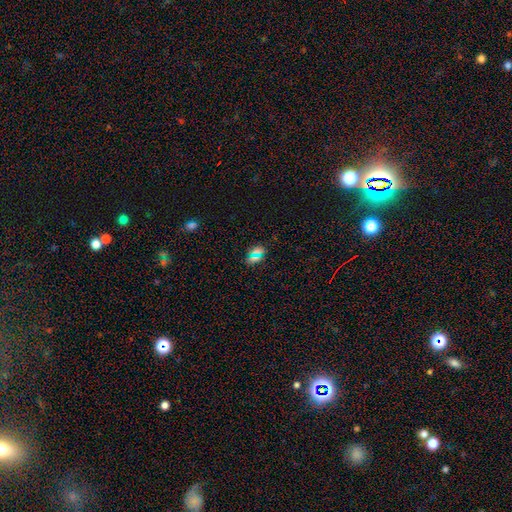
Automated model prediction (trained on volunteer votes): This appears to be a smooth galaxy with no disk features (58%) that is in between round and cigar-shaped (62%). Merging: none (79%).